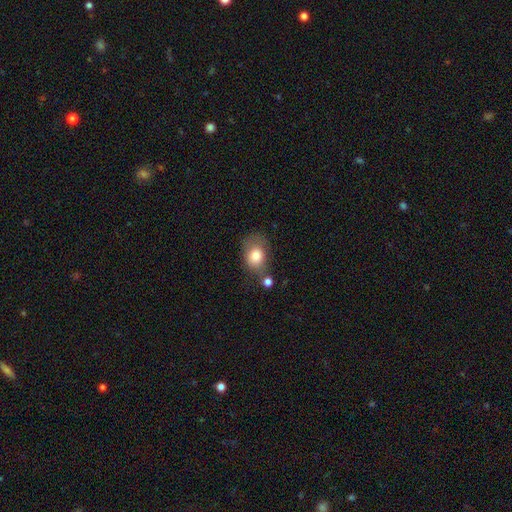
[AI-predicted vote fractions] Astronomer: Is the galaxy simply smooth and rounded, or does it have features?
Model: smooth — 78%.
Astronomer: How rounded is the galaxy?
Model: in between — 58% (runner-up: round, 40%).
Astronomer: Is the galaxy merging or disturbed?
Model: none — 45% (runner-up: minor disturbance, 25%).